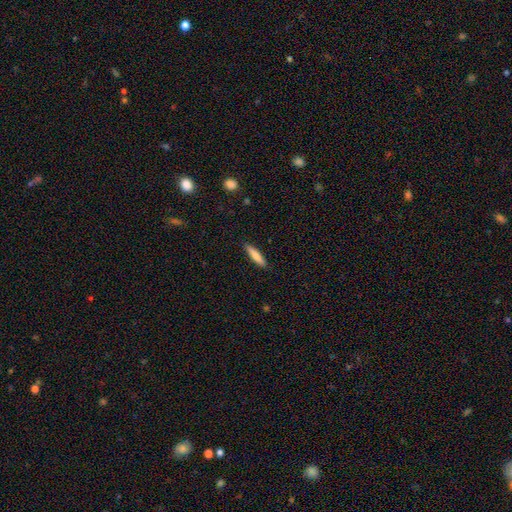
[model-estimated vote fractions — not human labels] smooth 76%, featured or disk 19%, star or artifact 6%. Down the decision tree: how rounded — cigar-shaped (85%); merging — none (90%).